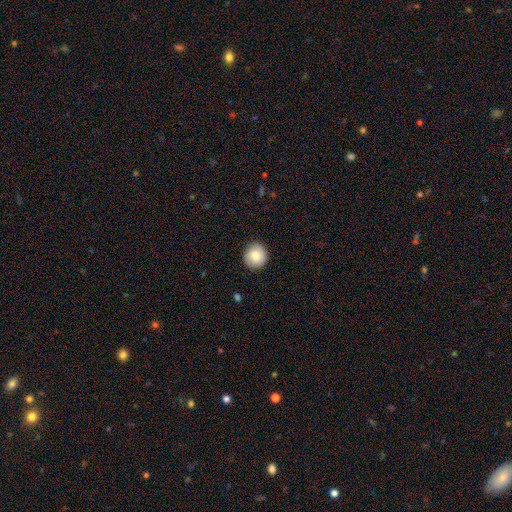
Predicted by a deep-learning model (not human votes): smooth 77%, featured or disk 15%, star or artifact 8%. Down the decision tree: how rounded — round (93%); merging — none (87%).